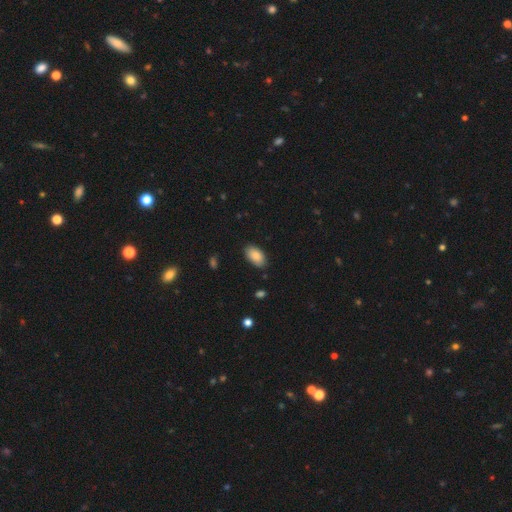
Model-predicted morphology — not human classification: Smooth or featured? Predicted: smooth (p=0.87). How rounded? Predicted: in between (p=0.95). Merging? Predicted: none (p=0.85).